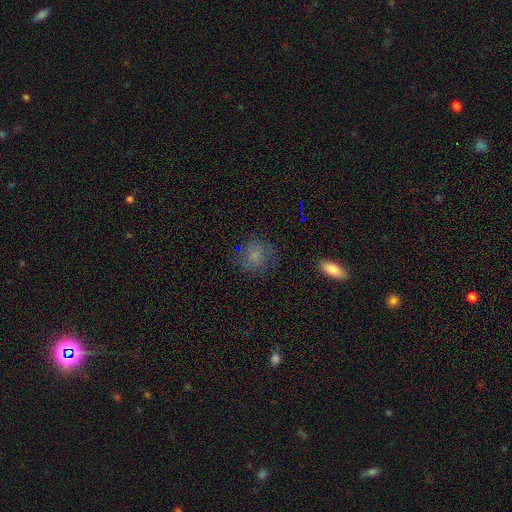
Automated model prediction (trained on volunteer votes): smooth_or_featured: smooth (p=0.68) [alt: featured or disk p=0.17]
how_rounded: round (p=0.78) [alt: in between p=0.20]
merging: none (p=0.73) [alt: minor disturbance p=0.17]